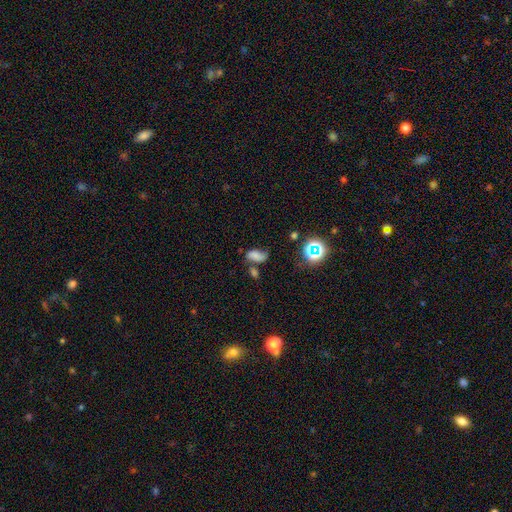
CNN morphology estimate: The model was most divided on "merging": none: 41%, minor disturbance: 25%, merger: 20%, major disturbance: 14%. More confident: how rounded — in between (86%); smooth or featured — smooth (64%).